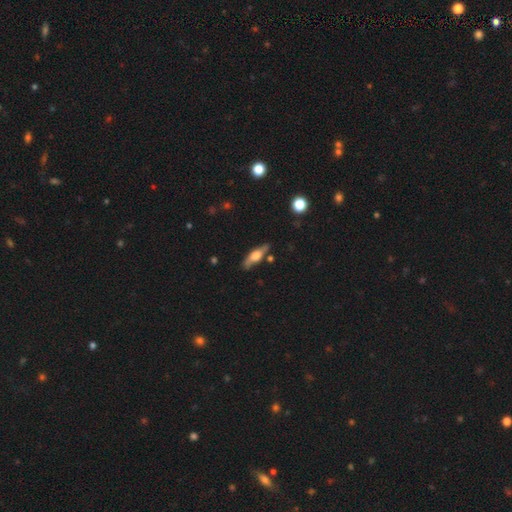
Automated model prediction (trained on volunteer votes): Smooth or featured: featured or disk — 55% (smooth — 39%)
Edge-on disk: yes — 85% (no — 15%)
Merging: none — 79% (minor disturbance — 15%)